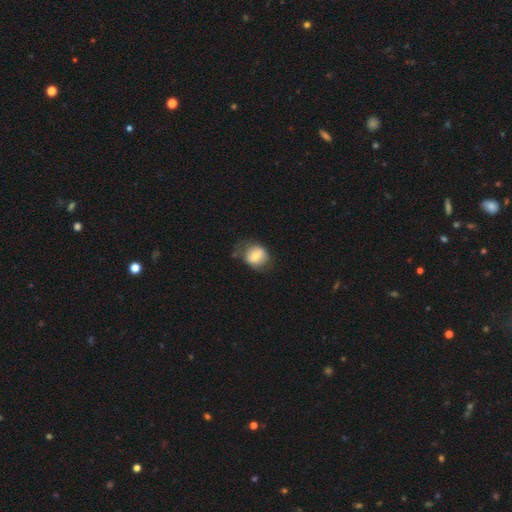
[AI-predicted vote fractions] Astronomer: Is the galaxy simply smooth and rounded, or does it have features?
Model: smooth — 66%.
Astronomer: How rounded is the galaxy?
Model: round — 63%.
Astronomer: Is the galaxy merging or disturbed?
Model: none — 59%.